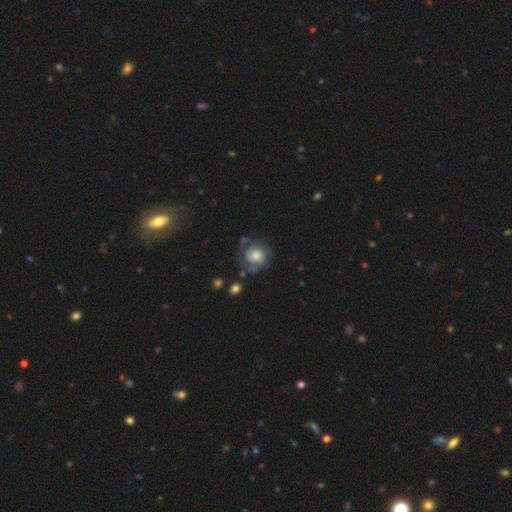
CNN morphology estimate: This is possibly a smooth galaxy (46%). Merging: possibly none (57%).